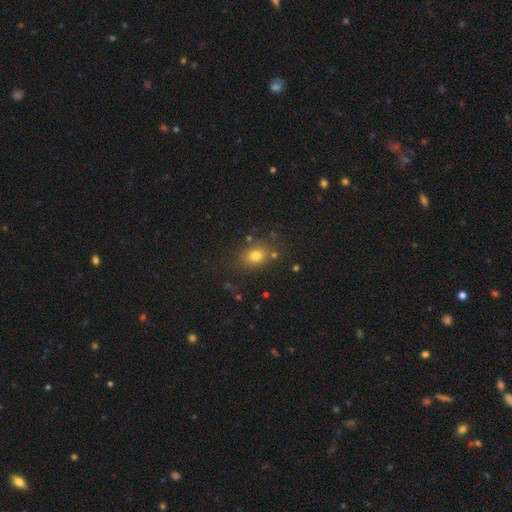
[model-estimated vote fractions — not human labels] Morphology: type=smooth (76%); roundness=in between (52%); merging=none (78%).